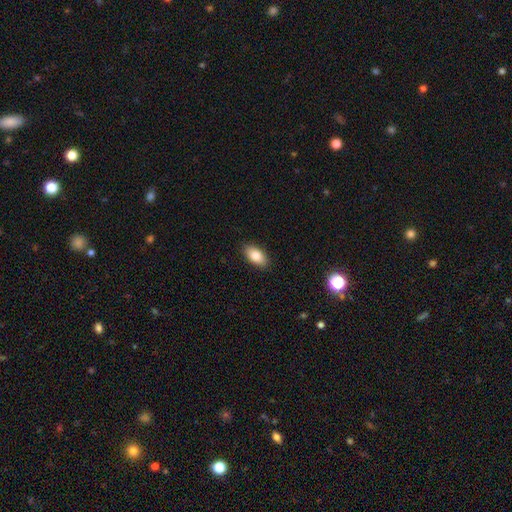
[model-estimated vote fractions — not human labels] Overall: smooth (83%). How rounded: in between (93%). Merging: none (90%).